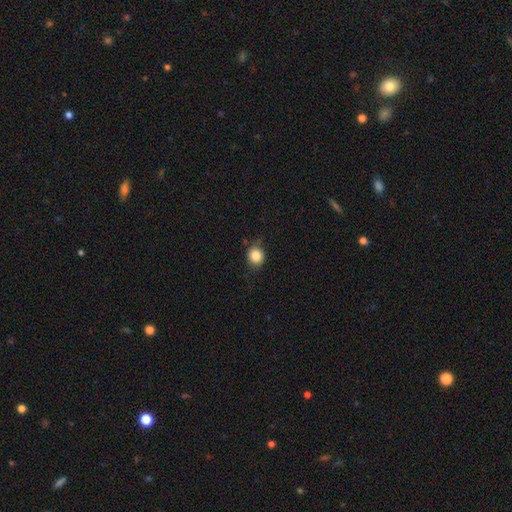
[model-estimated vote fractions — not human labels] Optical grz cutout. It shows a smooth galaxy with no disk features (84%) that is round (83%). Merging: none (81%).